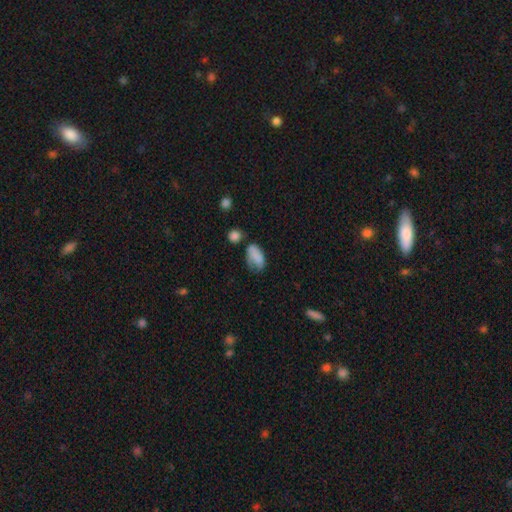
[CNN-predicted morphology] smooth_or_featured: smooth (p=0.78) [alt: featured or disk p=0.13]
how_rounded: in between (p=0.91) [alt: round p=0.07]
merging: none (p=0.40) [alt: minor disturbance p=0.33]